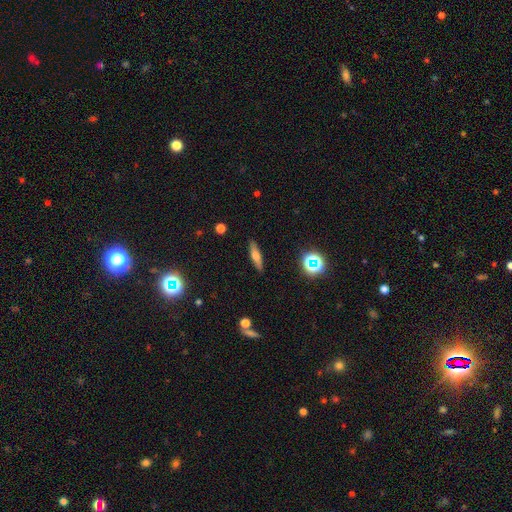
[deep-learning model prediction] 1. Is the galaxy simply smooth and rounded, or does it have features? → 51% smooth, 39% featured or disk, 10% star or artifact.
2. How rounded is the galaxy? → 71% cigar-shaped, 25% in between, 4% round.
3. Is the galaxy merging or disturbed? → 89% none, 8% minor disturbance, 2% major disturbance, 1% merger.